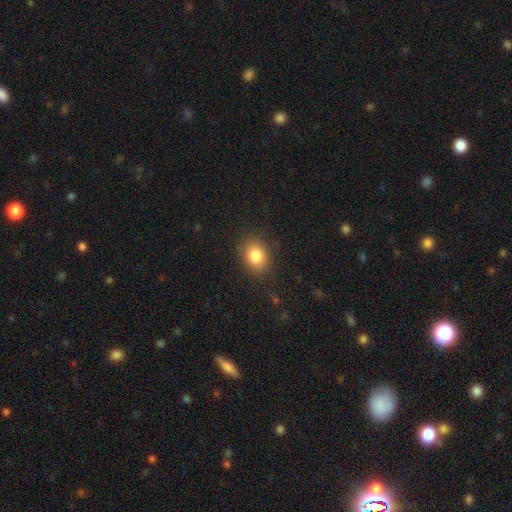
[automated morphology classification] Overall: smooth (85%). How rounded: in between (59%; round 40%). Merging: none (85%).